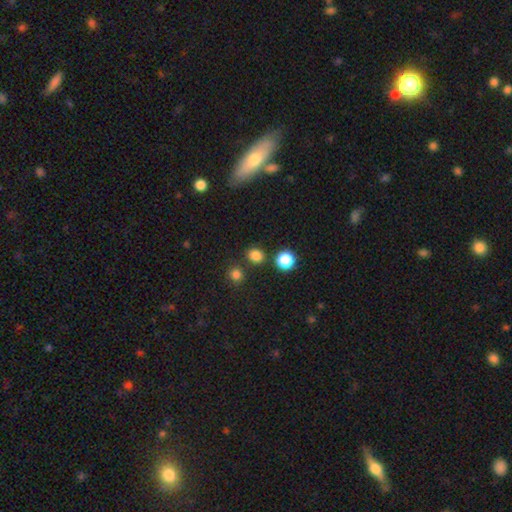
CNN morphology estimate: smooth 81%, star or artifact 16%, featured or disk 4%. Down the decision tree: how rounded — round (76%); merging — none (81%).